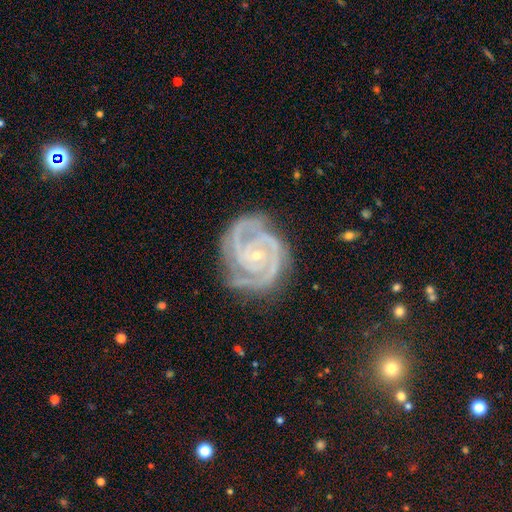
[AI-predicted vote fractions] smooth-or-featured: featured or disk: 93% | star or artifact: 5% | smooth: 3%
  disk-edge-on: no: 98% | yes: 2%
    bar: no: 64% | weak: 24% | strong: 12%
    has-spiral-arms: yes: 99% | no: 1%
      spiral-winding: tight: 73% | medium: 24% | loose: 3%
      spiral-arm-count: 2: 48% | 3: 32% | can't tell: 6% | 4: 6% | more than 4: 4% | 1: 4%
    bulge-size: small: 81% | moderate: 15% | none: 1% | large: 1% | dominant: 1%
  merging: none: 73% | minor disturbance: 19% | major disturbance: 6% | merger: 2%